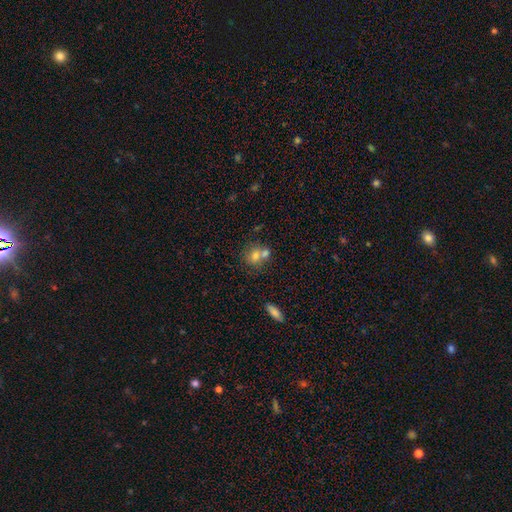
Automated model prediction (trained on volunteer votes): This is likely a smooth galaxy (70%). How rounded: likely round (74%). Merging: possibly merger (48%).